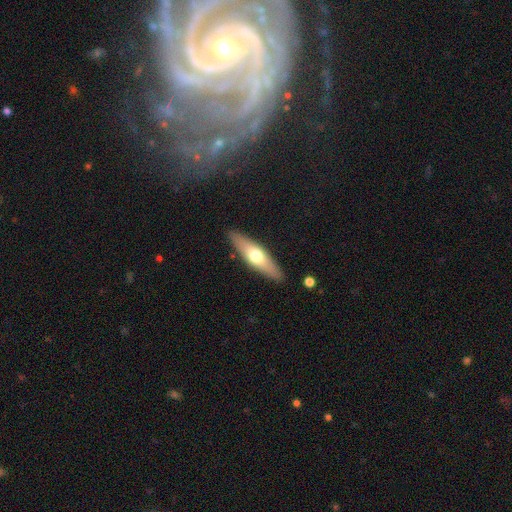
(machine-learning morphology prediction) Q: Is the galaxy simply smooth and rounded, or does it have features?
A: smooth — 51%.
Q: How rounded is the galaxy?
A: cigar-shaped — 65%.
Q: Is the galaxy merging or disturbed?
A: none — 88%.